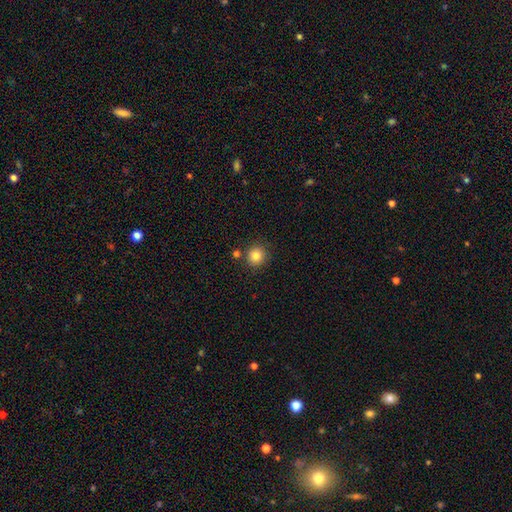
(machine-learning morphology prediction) Smooth or featured?
  - smooth: 84% *
  - star or artifact: 11%
  - featured or disk: 5%
How rounded?
  - round: 92% *
  - in between: 7%
  - cigar-shaped: 1%
Merging?
  - none: 82% *
  - minor disturbance: 8%
  - merger: 8%
  - major disturbance: 2%